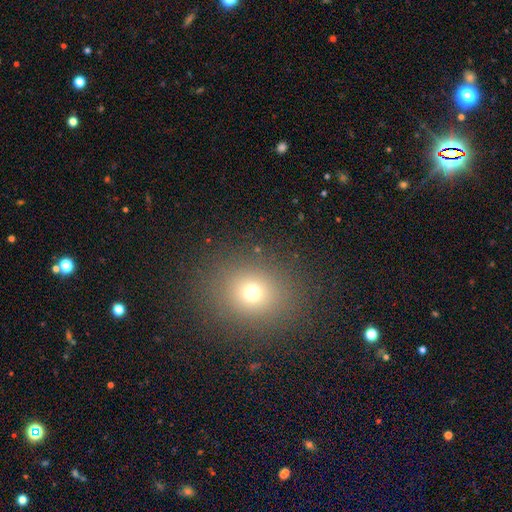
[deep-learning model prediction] Smooth or featured?
  - smooth: 61% *
  - star or artifact: 32%
  - featured or disk: 8%
How rounded?
  - round: 72% *
  - in between: 27%
  - cigar-shaped: 1%
Merging?
  - none: 90% *
  - minor disturbance: 6%
  - major disturbance: 3%
  - merger: 1%